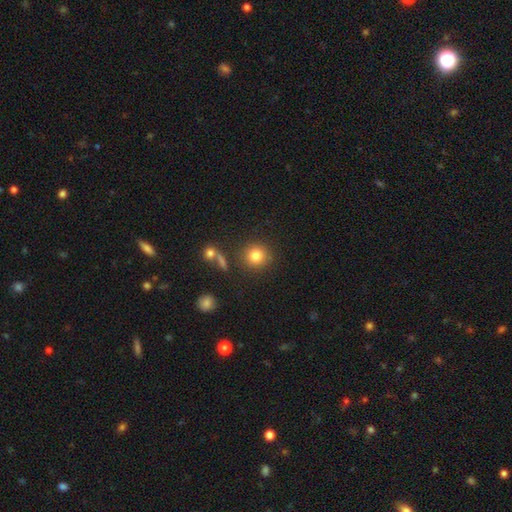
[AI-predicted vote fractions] This appears to be a smooth galaxy with no disk features (81%) that is round (92%). Merging: none (84%).